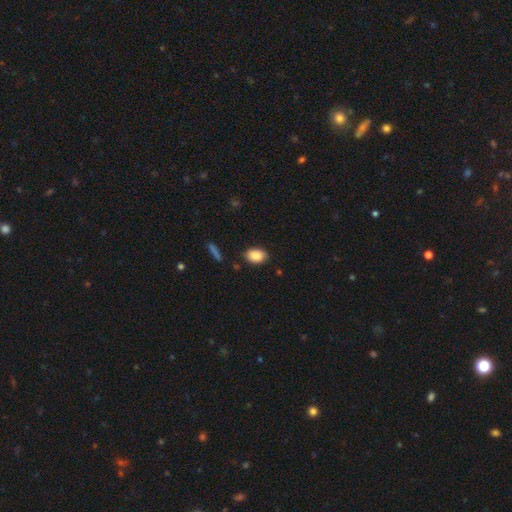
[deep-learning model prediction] Overall: smooth (88%). How rounded: in between (84%). Merging: none (84%).